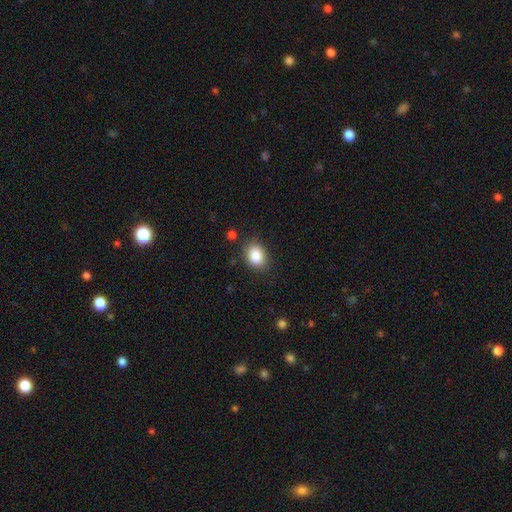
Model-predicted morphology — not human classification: Overall: smooth (86%). How rounded: in between (62%; round 37%). Merging: none (82%).